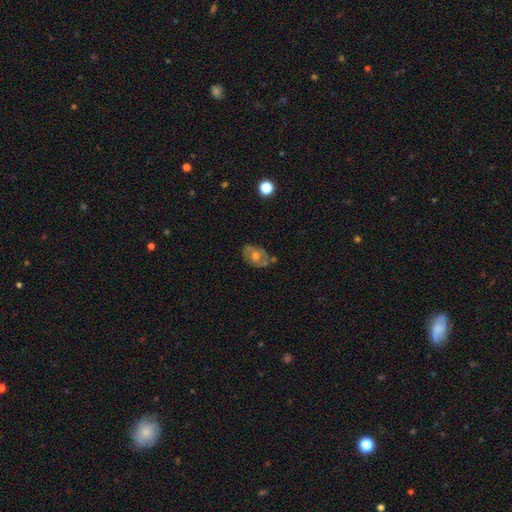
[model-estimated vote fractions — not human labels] Smooth or featured? Predicted: featured or disk (p=0.61). Edge-on disk? Predicted: no (p=0.94). Bar? Predicted: no (p=0.76). Spiral arms? Predicted: no (p=0.51). Bulge size? Predicted: moderate (p=0.72). Merging? Predicted: none (p=0.66).